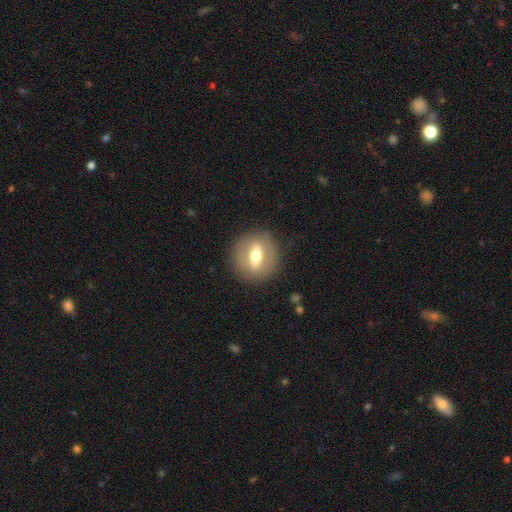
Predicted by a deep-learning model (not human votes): This is possibly a featured or disk galaxy (54%). It is likely not viewed edge-on (61%). Merging: clearly none (86%).